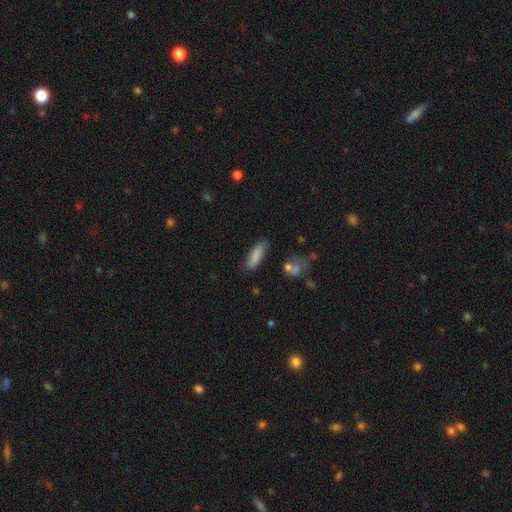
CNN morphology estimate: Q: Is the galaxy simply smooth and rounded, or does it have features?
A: smooth — 84%.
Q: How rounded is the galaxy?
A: in between — 57%.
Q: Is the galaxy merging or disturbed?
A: none — 75%.